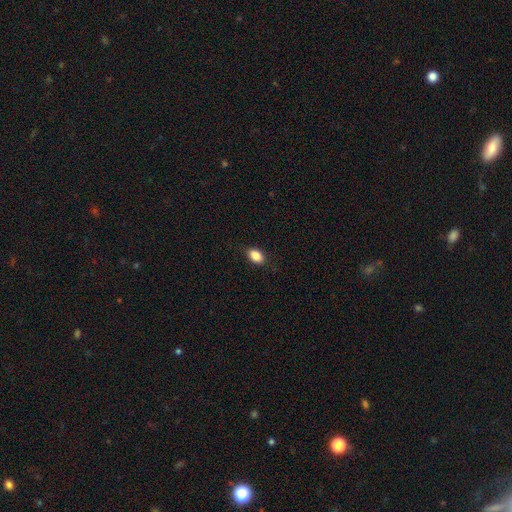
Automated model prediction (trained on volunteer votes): The model was most divided on "how rounded": in between: 86%, round: 12%, cigar-shaped: 2%. More confident: merging — none (87%); smooth or featured — smooth (86%).